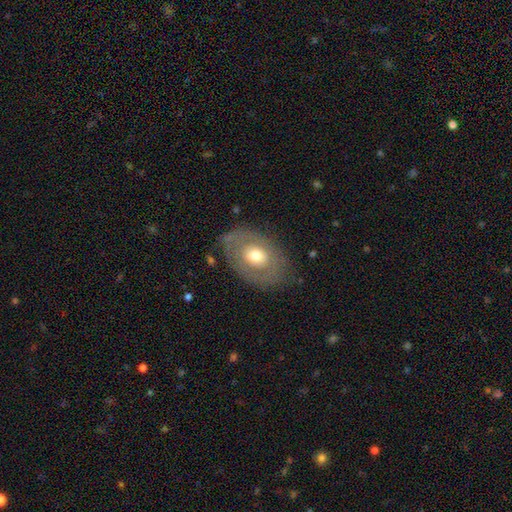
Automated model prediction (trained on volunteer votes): smooth-or-featured: featured or disk: 49% | smooth: 45% | star or artifact: 6%
  merging: none: 76% | minor disturbance: 15% | major disturbance: 7% | merger: 1%